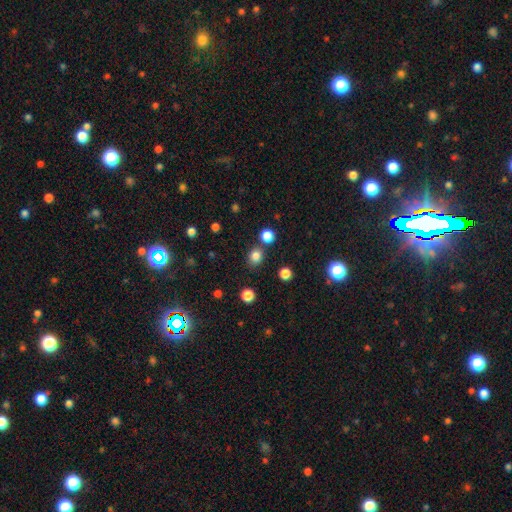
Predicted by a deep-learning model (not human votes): Smooth or featured?
  - smooth: 82% *
  - star or artifact: 14%
  - featured or disk: 4%
How rounded?
  - round: 77% *
  - in between: 22%
  - cigar-shaped: 1%
Merging?
  - none: 79% *
  - merger: 9%
  - minor disturbance: 8%
  - major disturbance: 3%